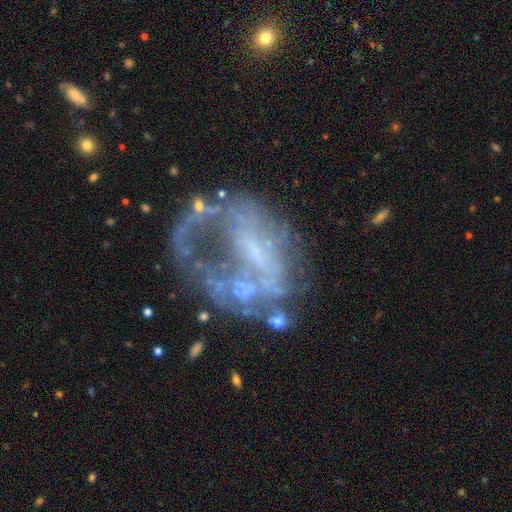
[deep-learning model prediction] Overall: featured or disk (70%). Edge-on disk: no (97%). Bar: no (61%; weak 26%). Spiral arms: no (68%; yes 32%). Bulge size: none (56%; small 27%). Merging: major disturbance (43%; none 32%).